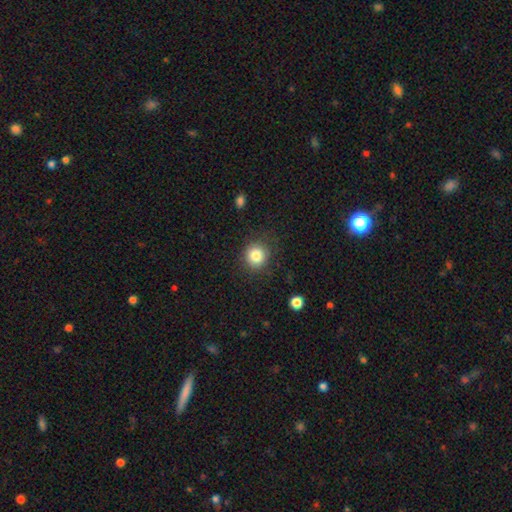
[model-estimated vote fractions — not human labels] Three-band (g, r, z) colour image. It shows a smooth galaxy with no disk features (83%) that is round (89%). Merging: none (86%).